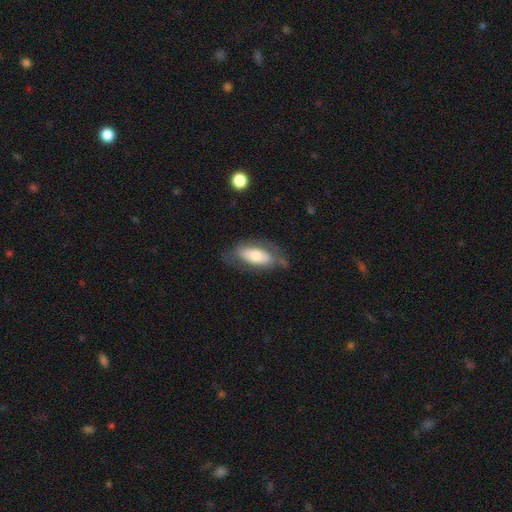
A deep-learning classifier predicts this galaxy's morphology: Q: Smooth or featured?
A: smooth (55%); runner-up: featured or disk (38%)
Q: How rounded?
A: in between (85%); runner-up: cigar-shaped (12%)
Q: Merging?
A: none (64%); runner-up: minor disturbance (23%)